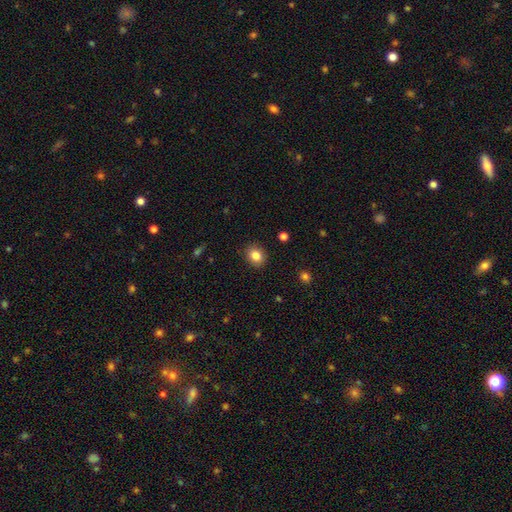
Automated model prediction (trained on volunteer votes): This is clearly a smooth galaxy (84%). How rounded: likely round (64%). Merging: clearly none (90%).